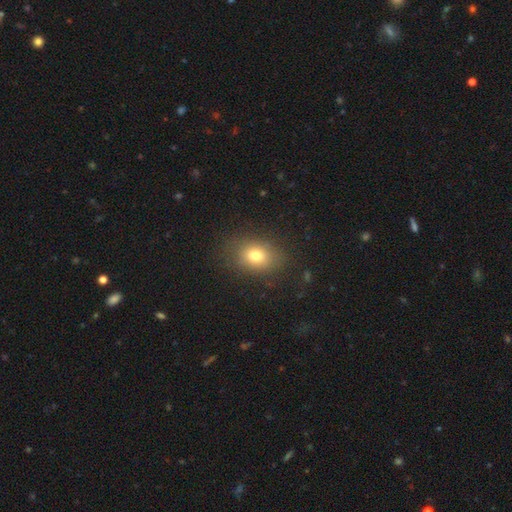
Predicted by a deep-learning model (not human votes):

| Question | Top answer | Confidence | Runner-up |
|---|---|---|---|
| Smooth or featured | smooth | 76% | star or artifact (12%) |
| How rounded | in between | 66% | round (33%) |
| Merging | none | 82% | minor disturbance (12%) |